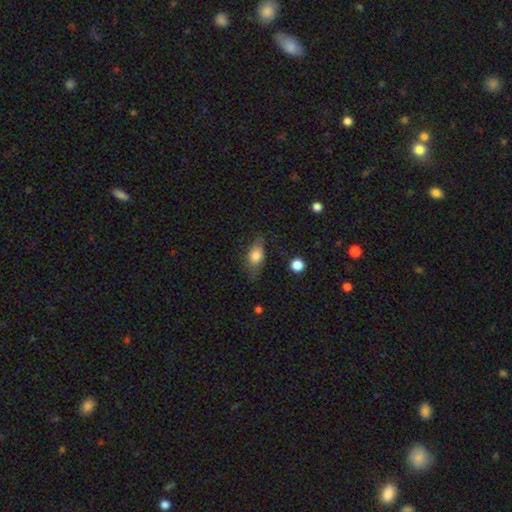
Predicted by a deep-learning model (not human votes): Morphology: type=smooth (71%); roundness=in between (76%); merging=none (61%).